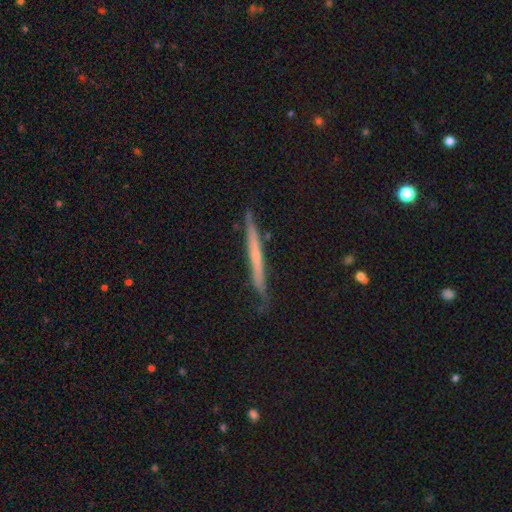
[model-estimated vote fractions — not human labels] smooth_or_featured: featured or disk (p=0.58) [alt: smooth p=0.35]
disk_edge_on: yes (p=0.96) [alt: no p=0.04]
edge_on_bulge: none (p=0.70) [alt: rounded p=0.25]
merging: none (p=0.82) [alt: minor disturbance p=0.14]